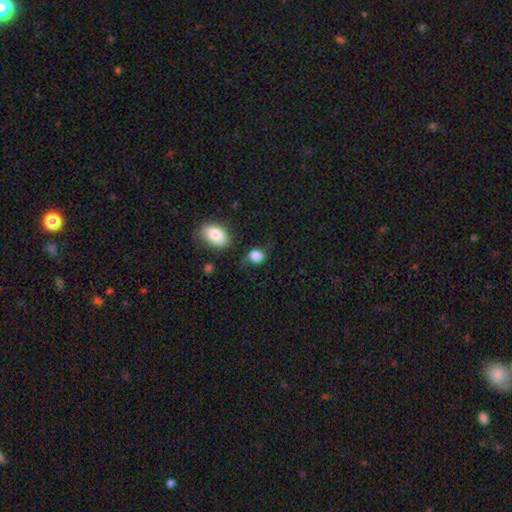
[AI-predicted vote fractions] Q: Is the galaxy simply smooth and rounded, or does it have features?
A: smooth — 83%.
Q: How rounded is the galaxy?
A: round — 59%.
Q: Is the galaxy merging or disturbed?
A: none — 54%.